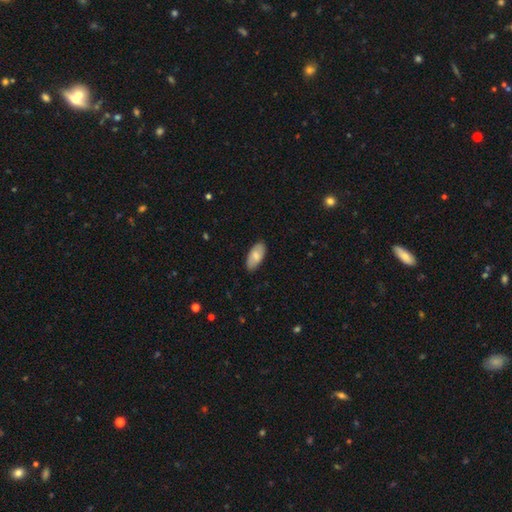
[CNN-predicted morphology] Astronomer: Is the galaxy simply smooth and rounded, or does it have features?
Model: smooth — 78%.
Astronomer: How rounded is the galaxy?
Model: in between — 91%.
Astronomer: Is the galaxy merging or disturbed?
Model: none — 86%.